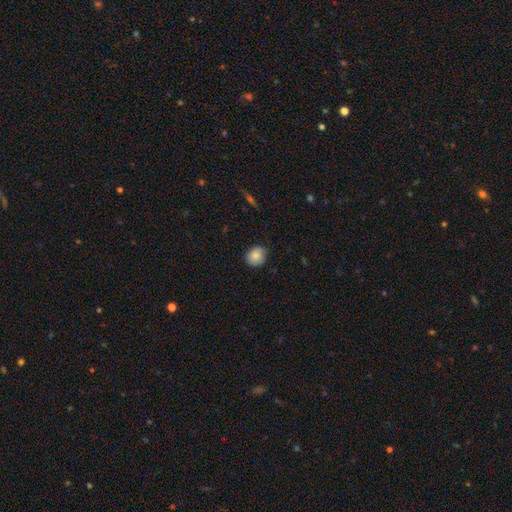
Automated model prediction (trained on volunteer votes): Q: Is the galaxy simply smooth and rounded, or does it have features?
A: smooth — 84%.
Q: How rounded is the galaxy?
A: round — 69%.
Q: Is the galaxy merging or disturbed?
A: none — 77%.